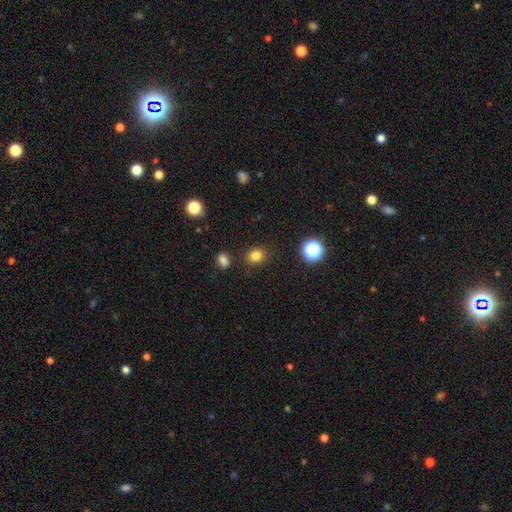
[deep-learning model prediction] The model was most divided on "how rounded": round: 53%, in between: 46%, cigar-shaped: 1%. More confident: merging — none (84%); smooth or featured — smooth (81%).